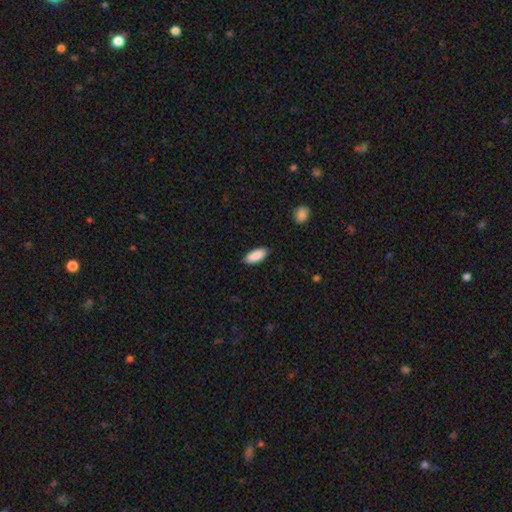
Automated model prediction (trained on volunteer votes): Q: Smooth or featured?
A: smooth (90%); runner-up: star or artifact (6%)
Q: How rounded?
A: in between (88%); runner-up: cigar-shaped (11%)
Q: Merging?
A: none (86%); runner-up: minor disturbance (11%)